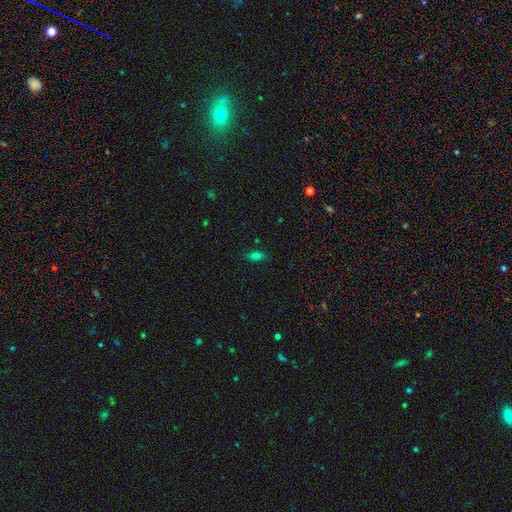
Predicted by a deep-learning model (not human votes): Smooth or featured? Predicted: smooth (p=0.76). How rounded? Predicted: in between (p=0.86). Merging? Predicted: none (p=0.81).